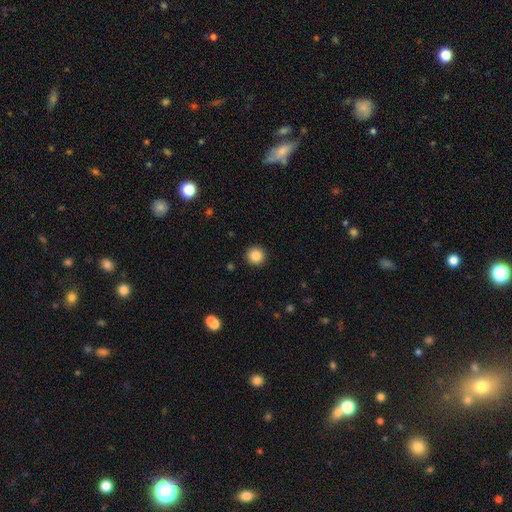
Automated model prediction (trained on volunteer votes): This is clearly a smooth galaxy (85%). How rounded: clearly round (95%). Merging: clearly none (93%).